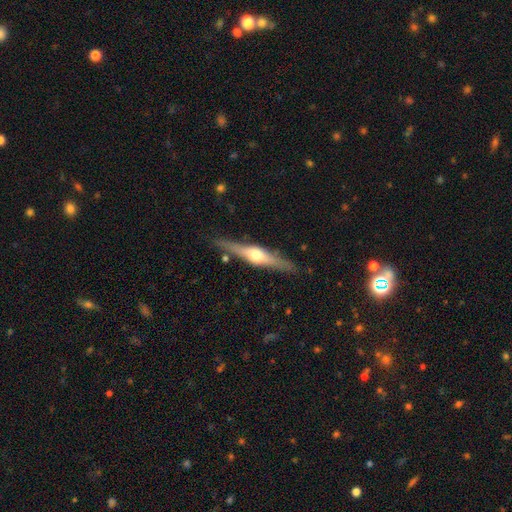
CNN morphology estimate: smooth_or_featured: featured or disk (p=0.74) [alt: smooth p=0.21]
disk_edge_on: yes (p=0.97) [alt: no p=0.03]
edge_on_bulge: rounded (p=0.90) [alt: boxy p=0.07]
merging: none (p=0.86) [alt: minor disturbance p=0.10]